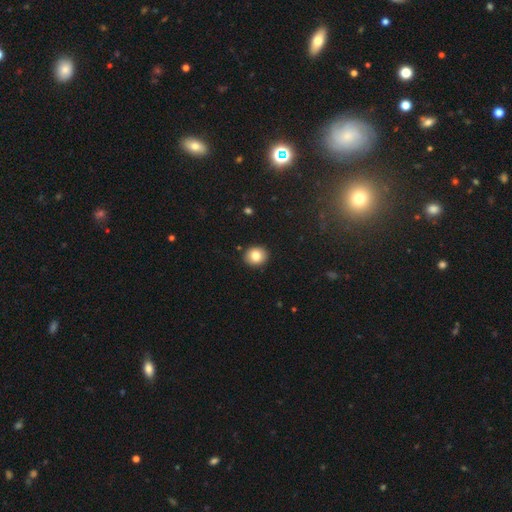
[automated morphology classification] Smooth or featured? Predicted: smooth (p=0.81). How rounded? Predicted: round (p=0.79). Merging? Predicted: none (p=0.91).